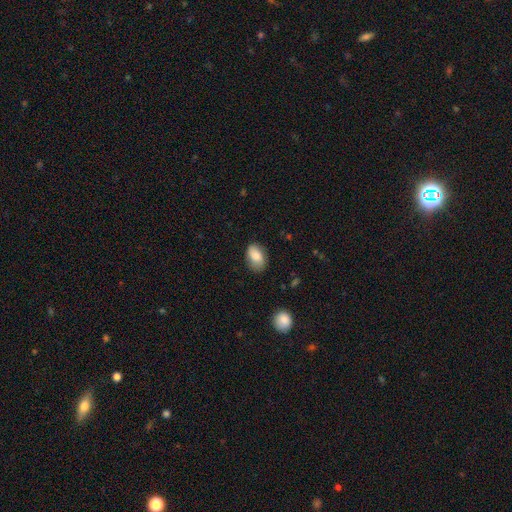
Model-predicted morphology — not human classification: smooth-or-featured: smooth: 84% | featured or disk: 9% | star or artifact: 7%
  how-rounded: in between: 91% | round: 8% | cigar-shaped: 1%
  merging: none: 77% | minor disturbance: 18% | major disturbance: 4% | merger: 1%